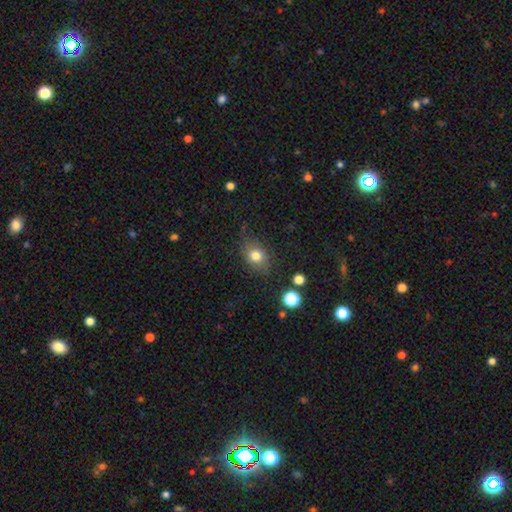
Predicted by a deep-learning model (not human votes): Smooth or featured?
  - smooth: 77% *
  - star or artifact: 12%
  - featured or disk: 10%
How rounded?
  - in between: 58% *
  - round: 41%
  - cigar-shaped: 2%
Merging?
  - none: 76% *
  - minor disturbance: 17%
  - major disturbance: 5%
  - merger: 2%